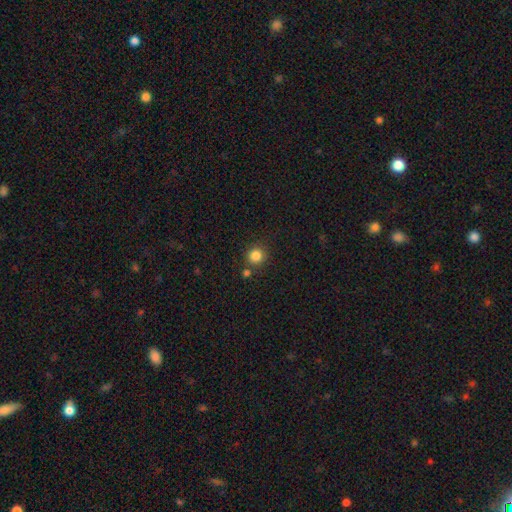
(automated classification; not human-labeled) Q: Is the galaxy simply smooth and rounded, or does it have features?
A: smooth — 84%.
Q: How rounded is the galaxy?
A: round — 92%.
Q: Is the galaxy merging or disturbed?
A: none — 79%.